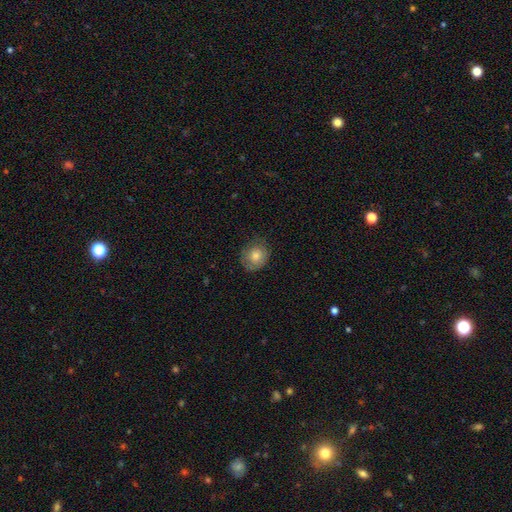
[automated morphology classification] Smooth or featured? smooth (71%)
How rounded? round (73%)
Merging? none (73%)